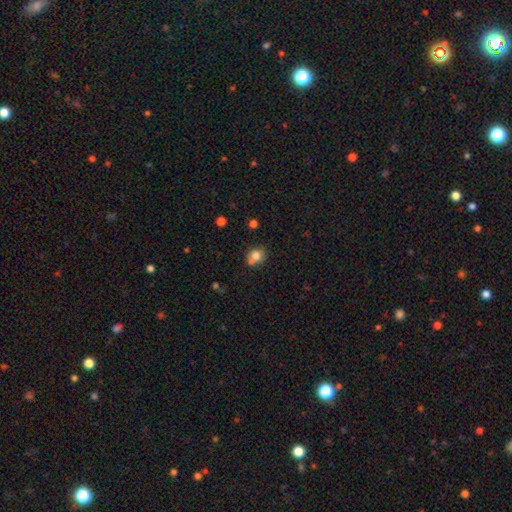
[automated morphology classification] Q: Smooth or featured?
A: smooth (77%); runner-up: featured or disk (12%)
Q: How rounded?
A: round (71%); runner-up: in between (28%)
Q: Merging?
A: none (56%); runner-up: merger (25%)